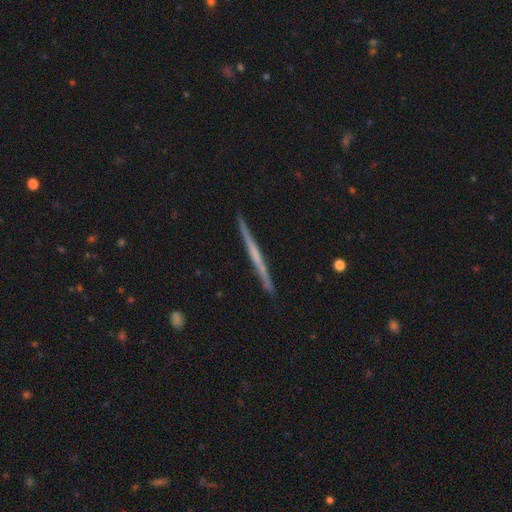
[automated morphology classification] Overall: featured or disk (61%; smooth 34%). Edge-on disk: yes (98%). Edge-on bulge: none (82%). Merging: none (92%).